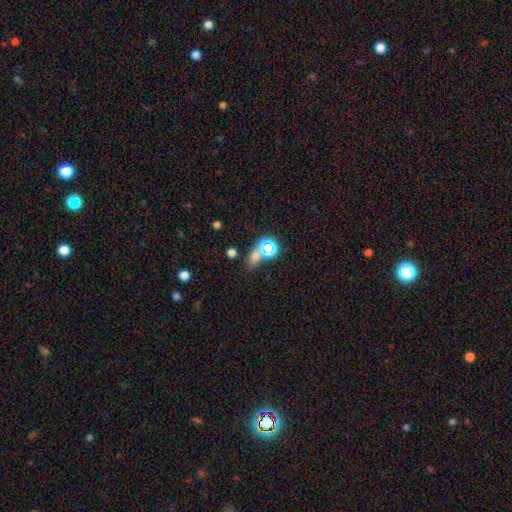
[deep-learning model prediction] Smooth or featured?
  - smooth: 51% *
  - star or artifact: 40%
  - featured or disk: 9%
How rounded?
  - in between: 51% *
  - round: 45%
  - cigar-shaped: 4%
Merging?
  - none: 57% *
  - merger: 23%
  - minor disturbance: 12%
  - major disturbance: 8%